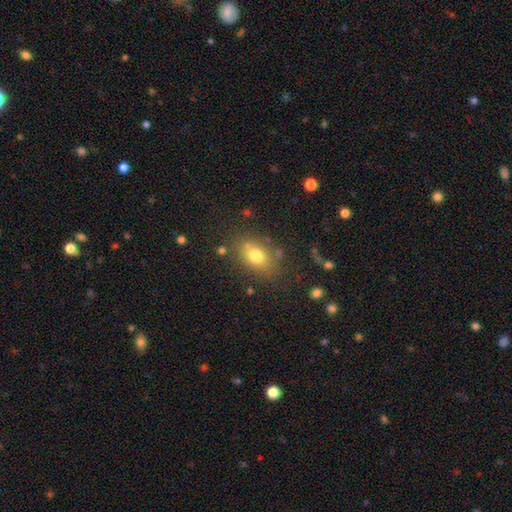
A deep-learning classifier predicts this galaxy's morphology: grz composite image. It shows a smooth galaxy with no disk features (74%) that is in between round and cigar-shaped (71%). Merging: none (74%).